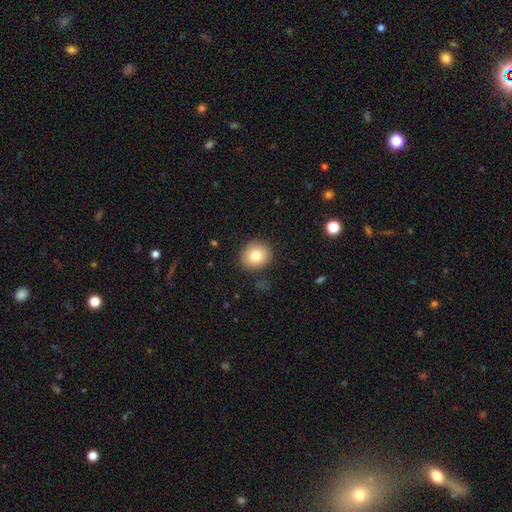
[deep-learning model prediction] smooth 80%, featured or disk 10%, star or artifact 10%. Down the decision tree: how rounded — round (85%); merging — none (88%).